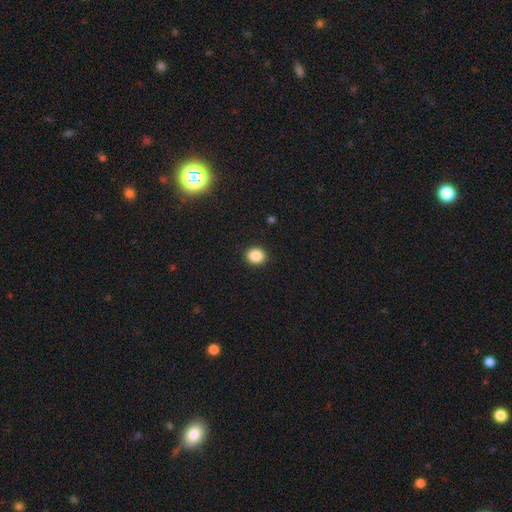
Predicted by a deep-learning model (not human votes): Morphology: type=smooth (86%); roundness=round (77%); merging=none (92%).